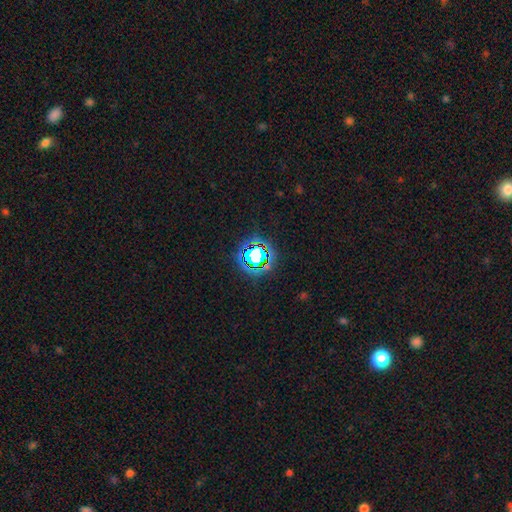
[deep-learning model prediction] Q: Smooth or featured?
A: star or artifact (66%); runner-up: smooth (22%)